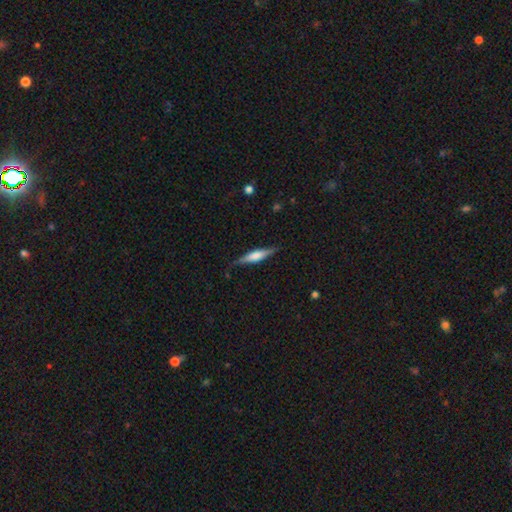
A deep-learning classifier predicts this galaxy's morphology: This is possibly a featured or disk galaxy (59%). It is clearly viewed edge-on (96%). Edge-on bulge: likely rounded (62%). Merging: clearly none (85%).